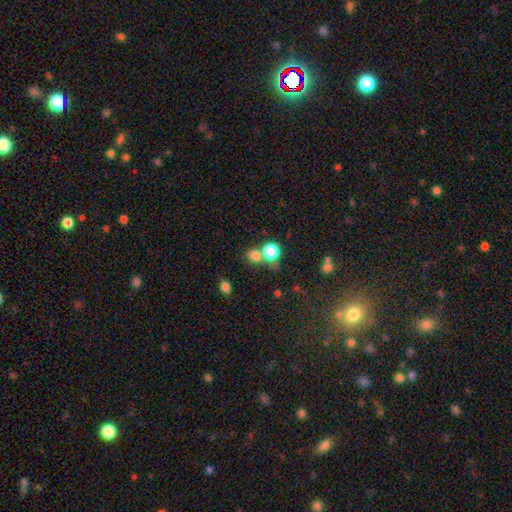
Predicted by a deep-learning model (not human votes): A smooth galaxy with no disk features (76%) that is round (75%).

Vote fractions:
- Smooth or featured? smooth: 76% / star or artifact: 16% / featured or disk: 8%
- How rounded? round: 75% / in between: 23% / cigar-shaped: 1%
- Merging? none: 49% / merger: 37% / minor disturbance: 9% / major disturbance: 5%